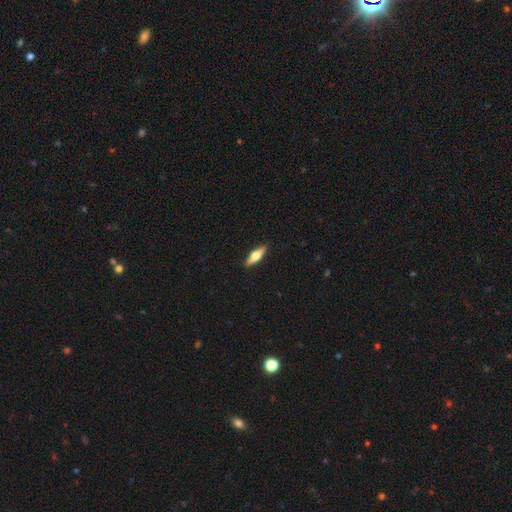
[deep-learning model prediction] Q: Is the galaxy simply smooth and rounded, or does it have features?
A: smooth — 49%.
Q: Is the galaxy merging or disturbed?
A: none — 90%.